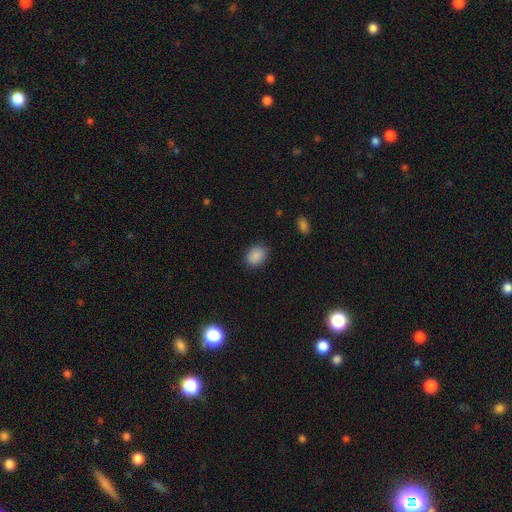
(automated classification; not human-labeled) Smooth or featured: smooth — 88% (star or artifact — 9%)
How rounded: in between — 63% (round — 36%)
Merging: none — 85% (minor disturbance — 11%)